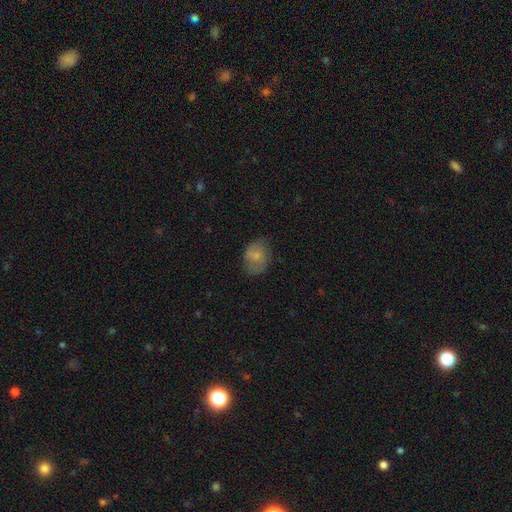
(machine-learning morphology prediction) Smooth or featured? smooth (67%)
How rounded? in between (68%)
Merging? none (60%)